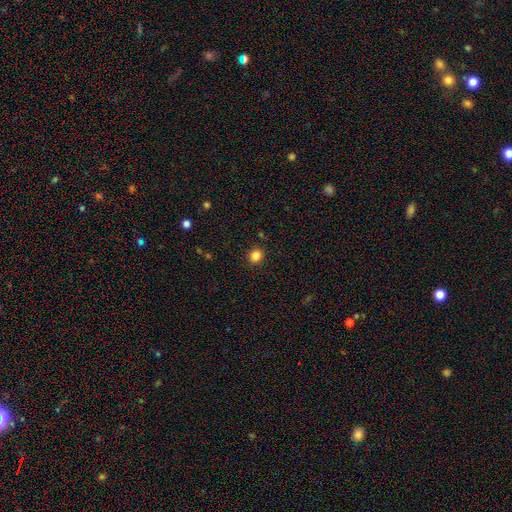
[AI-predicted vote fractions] Smooth or featured? Predicted: smooth (p=0.84). How rounded? Predicted: round (p=0.76). Merging? Predicted: none (p=0.90).